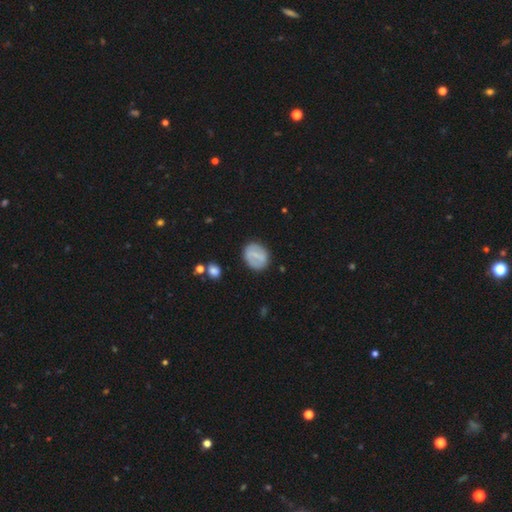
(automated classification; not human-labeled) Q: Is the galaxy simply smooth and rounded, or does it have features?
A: smooth — 59%.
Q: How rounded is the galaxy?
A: round — 54%.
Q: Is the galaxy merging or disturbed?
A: none — 83%.